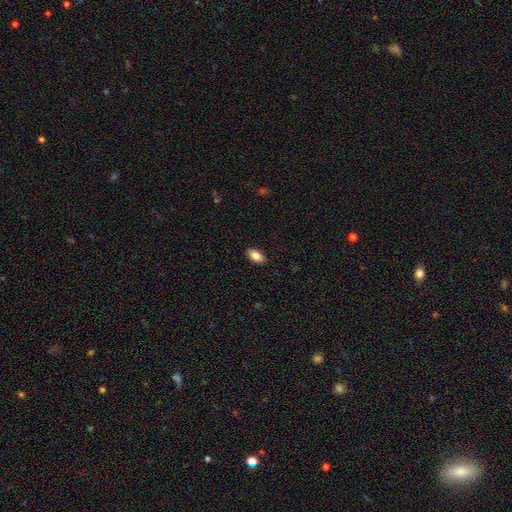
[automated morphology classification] smooth 84%, featured or disk 8%, star or artifact 7%. Down the decision tree: how rounded — in between (92%); merging — none (89%).